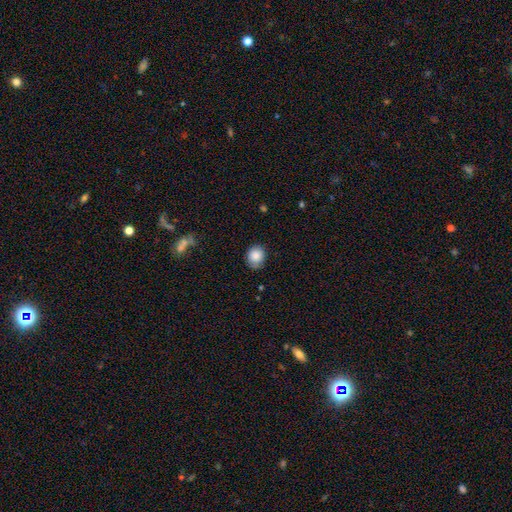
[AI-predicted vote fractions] Smooth or featured? Predicted: smooth (p=0.86). How rounded? Predicted: round (p=0.71). Merging? Predicted: none (p=0.75).